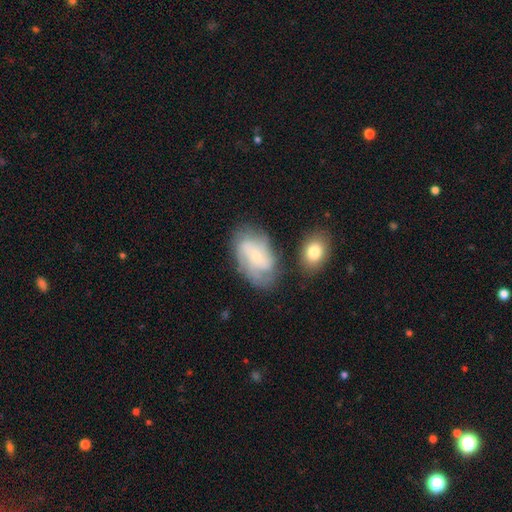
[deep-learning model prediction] Overall: featured or disk (64%; smooth 28%). Edge-on disk: no (96%). Bar: no (68%). Spiral arms: yes (84%). Spiral arm count: can't tell (43%; 2 23%). Spiral winding: tight (46%; medium 39%). Bulge size: small (76%). Merging: none (64%).